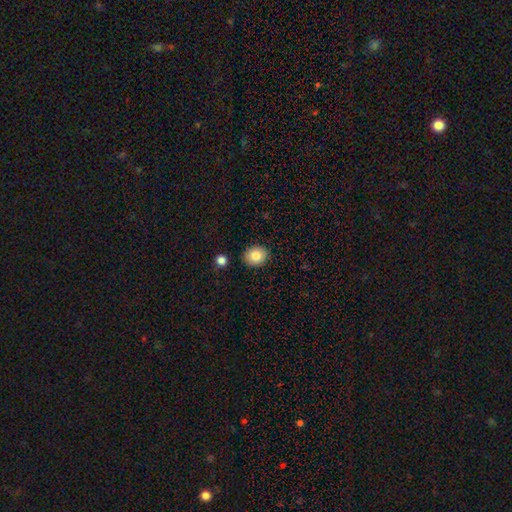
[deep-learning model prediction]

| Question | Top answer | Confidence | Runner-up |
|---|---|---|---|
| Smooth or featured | smooth | 82% | featured or disk (9%) |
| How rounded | round | 66% | in between (33%) |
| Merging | none | 87% | minor disturbance (8%) |